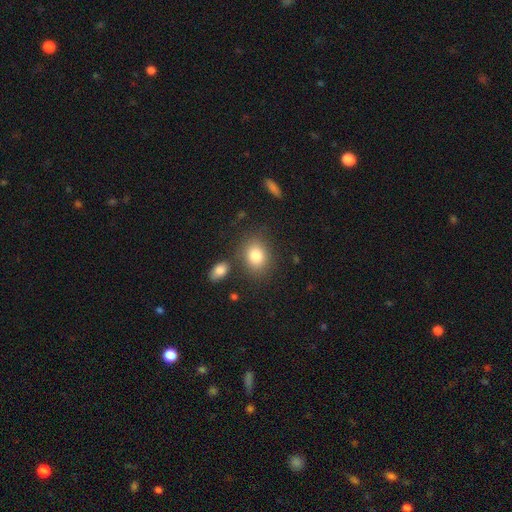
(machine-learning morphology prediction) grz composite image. It shows a smooth galaxy with no disk features (82%) that is in between round and cigar-shaped (57%). Merging: none (76%).